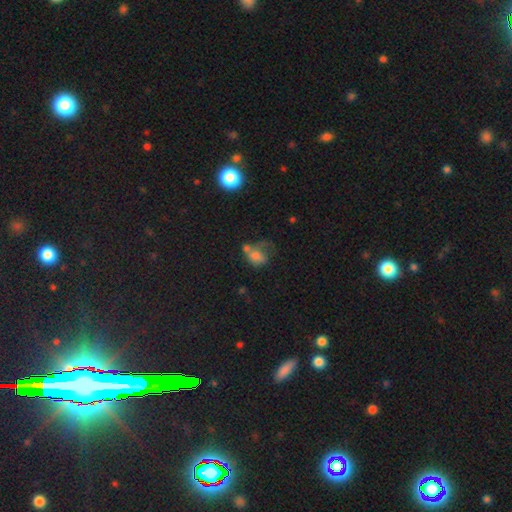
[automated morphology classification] smooth 59%, featured or disk 27%, star or artifact 14%. Down the decision tree: how rounded — in between (67%); merging — major disturbance (38%).